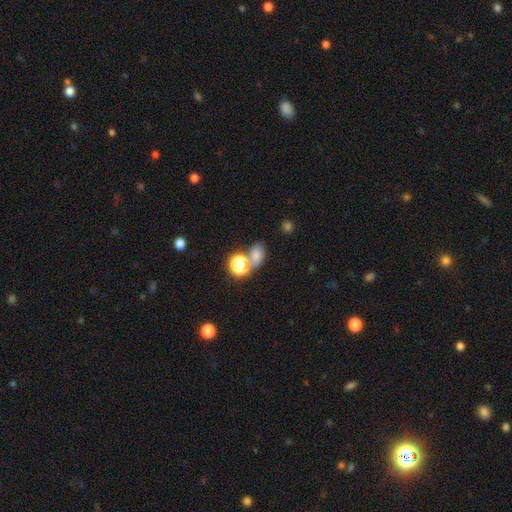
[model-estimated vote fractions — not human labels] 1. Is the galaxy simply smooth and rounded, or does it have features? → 71% smooth, 20% star or artifact, 9% featured or disk.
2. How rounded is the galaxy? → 66% in between, 33% round, 2% cigar-shaped.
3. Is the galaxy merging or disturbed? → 53% none, 29% merger, 12% minor disturbance, 6% major disturbance.